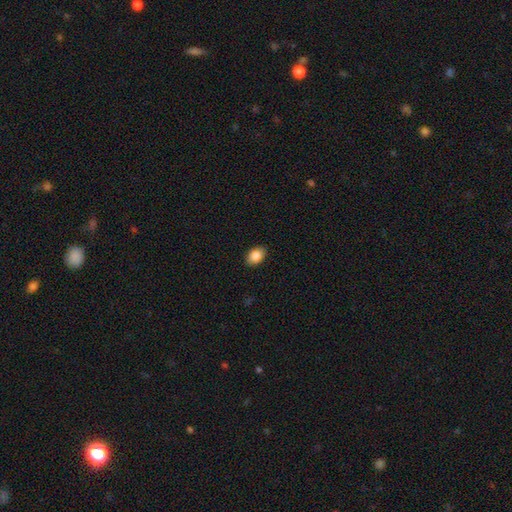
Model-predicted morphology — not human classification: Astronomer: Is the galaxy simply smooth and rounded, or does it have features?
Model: smooth — 87%.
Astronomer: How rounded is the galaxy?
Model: in between — 79%.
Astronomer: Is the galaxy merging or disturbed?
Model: none — 89%.